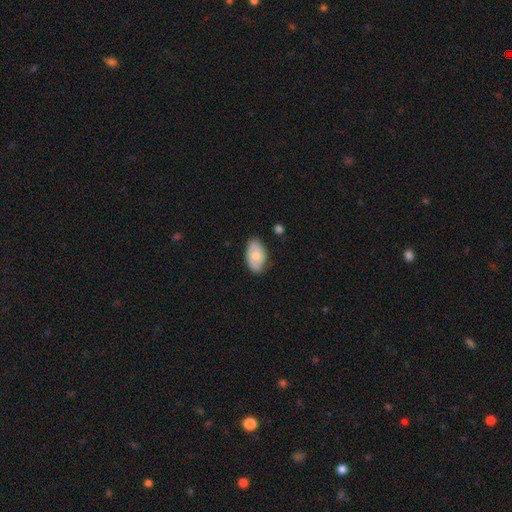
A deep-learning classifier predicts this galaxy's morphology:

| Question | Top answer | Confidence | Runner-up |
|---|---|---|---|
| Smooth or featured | smooth | 65% | featured or disk (29%) |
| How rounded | in between | 93% | round (6%) |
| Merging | none | 77% | minor disturbance (19%) |